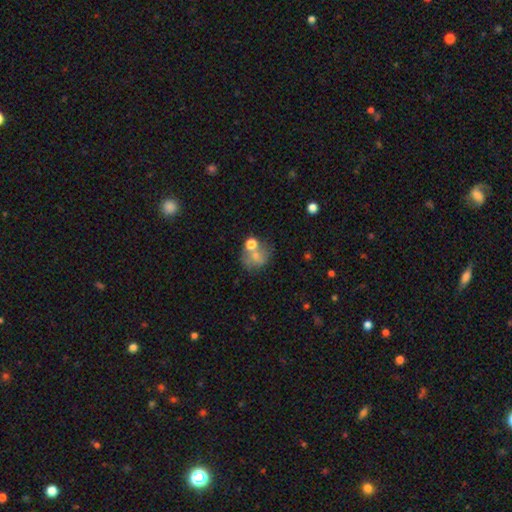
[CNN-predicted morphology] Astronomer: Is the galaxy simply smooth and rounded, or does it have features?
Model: smooth — 61%.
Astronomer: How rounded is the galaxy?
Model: round — 65%.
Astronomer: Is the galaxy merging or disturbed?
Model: none — 40% (runner-up: merger, 31%).